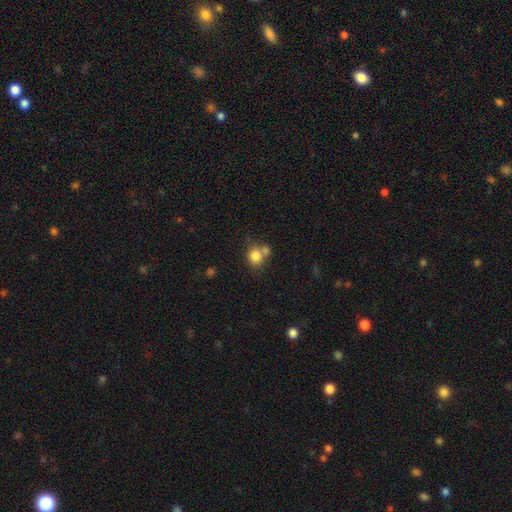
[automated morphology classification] smooth 82%, star or artifact 10%, featured or disk 8%. Down the decision tree: how rounded — round (73%); merging — none (50%).